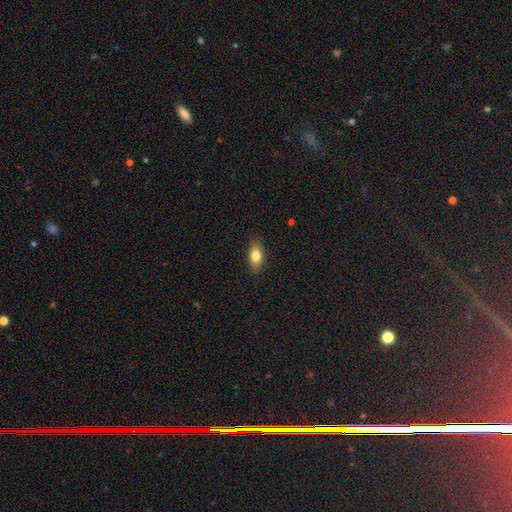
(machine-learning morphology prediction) smooth 79%, featured or disk 14%, star or artifact 7%. Down the decision tree: how rounded — in between (84%); merging — none (87%).